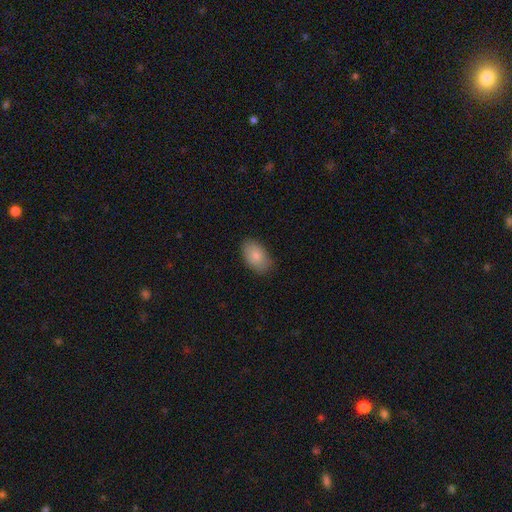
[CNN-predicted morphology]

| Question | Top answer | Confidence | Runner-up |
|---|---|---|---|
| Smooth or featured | smooth | 83% | featured or disk (10%) |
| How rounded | in between | 91% | round (8%) |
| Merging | none | 84% | minor disturbance (13%) |